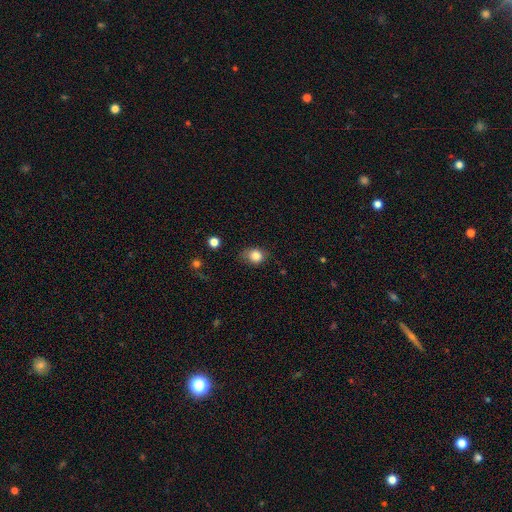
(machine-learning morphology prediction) Smooth or featured: smooth — 84% (star or artifact — 10%)
How rounded: round — 65% (in between — 34%)
Merging: none — 64% (minor disturbance — 27%)